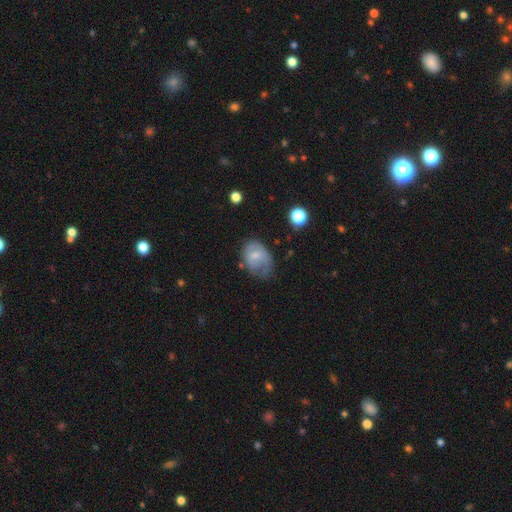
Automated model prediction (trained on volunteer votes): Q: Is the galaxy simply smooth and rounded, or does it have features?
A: smooth — 56%.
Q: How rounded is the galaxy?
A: in between — 73%.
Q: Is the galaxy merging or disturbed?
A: none — 39%.